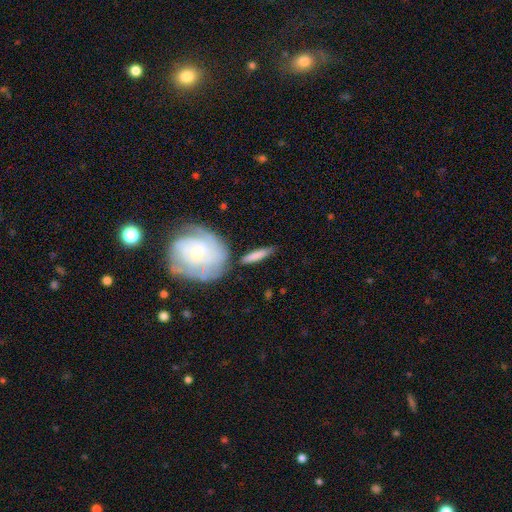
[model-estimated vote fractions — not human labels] smooth-or-featured: smooth: 69% | featured or disk: 25% | star or artifact: 5%
  how-rounded: cigar-shaped: 73% | in between: 23% | round: 4%
  merging: none: 71% | minor disturbance: 15% | merger: 9% | major disturbance: 5%